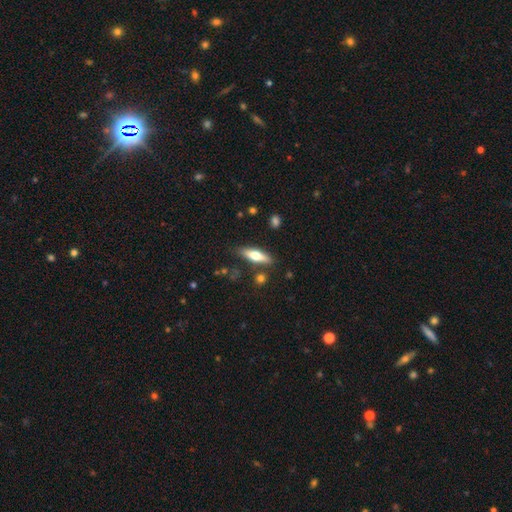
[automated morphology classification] Overall: smooth (54%; featured or disk 40%). How rounded: cigar-shaped (58%; in between 40%). Merging: none (81%).